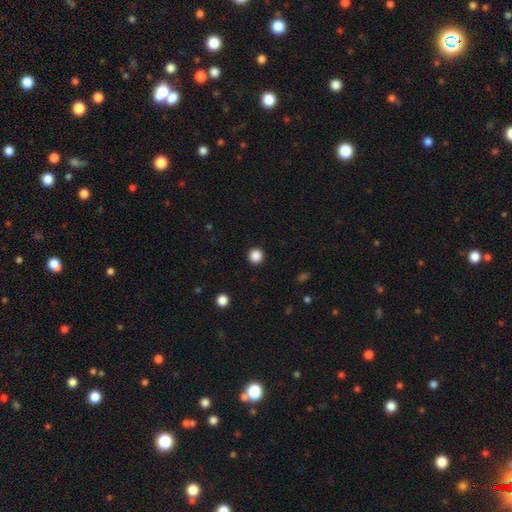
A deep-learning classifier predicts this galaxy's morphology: type=smooth (87%); roundness=round (95%); merging=none (93%).